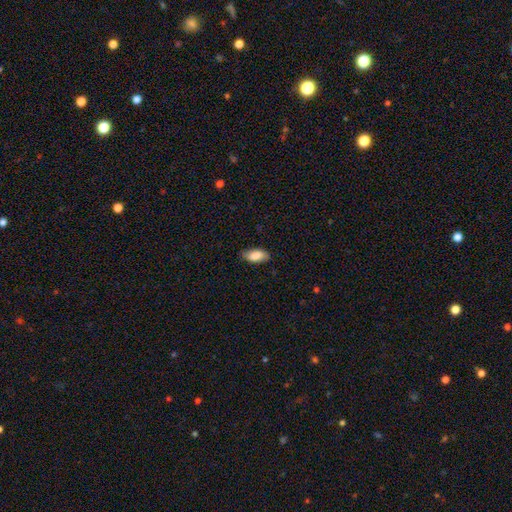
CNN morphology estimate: smooth 85%, featured or disk 9%, star or artifact 6%. Down the decision tree: how rounded — in between (89%); merging — none (82%).